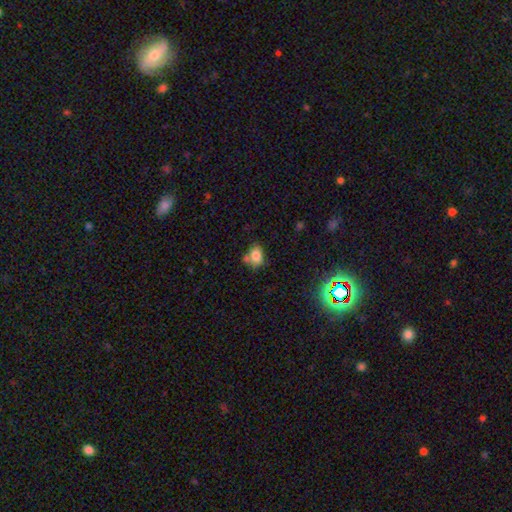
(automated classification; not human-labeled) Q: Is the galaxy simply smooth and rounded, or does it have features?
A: smooth — 80%.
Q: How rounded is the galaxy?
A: in between — 67%.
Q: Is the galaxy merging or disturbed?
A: none — 55%.